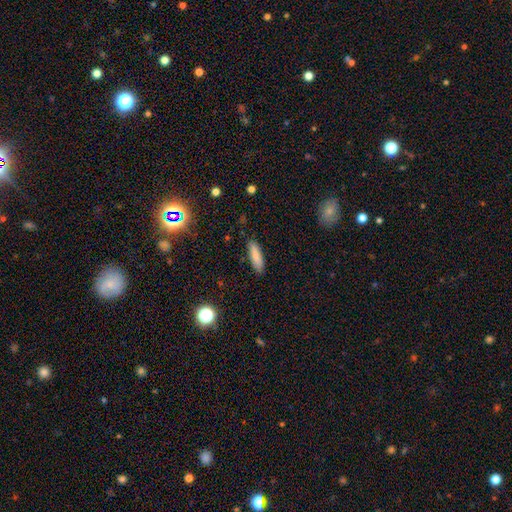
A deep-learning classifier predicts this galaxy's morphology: The model was most divided on "how rounded": cigar-shaped: 57%, in between: 42%, round: 2%. More confident: merging — none (87%); smooth or featured — smooth (84%).